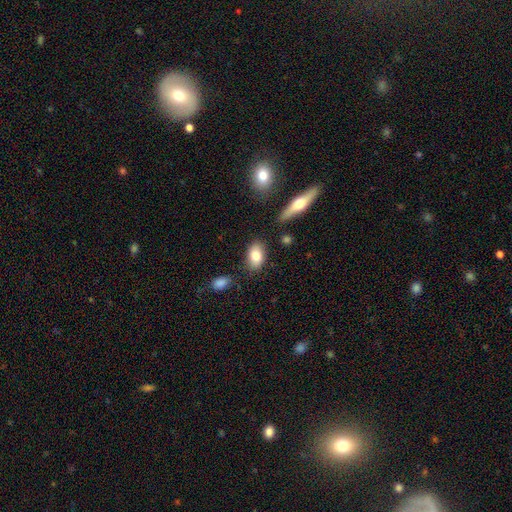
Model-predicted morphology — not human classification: Smooth or featured?
  - smooth: 83% *
  - featured or disk: 11%
  - star or artifact: 7%
How rounded?
  - in between: 90% *
  - round: 8%
  - cigar-shaped: 2%
Merging?
  - none: 80% *
  - minor disturbance: 13%
  - merger: 4%
  - major disturbance: 3%